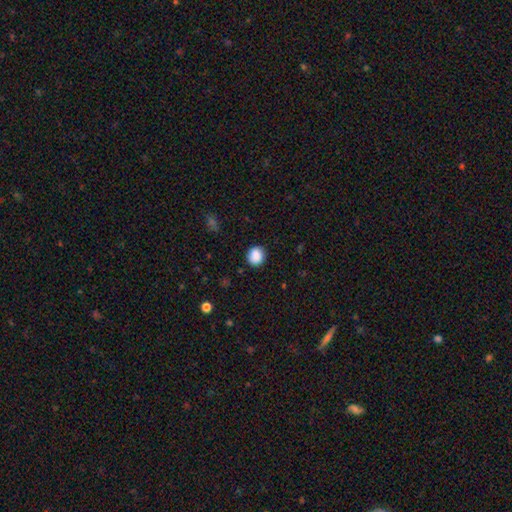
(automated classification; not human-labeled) A smooth galaxy with no disk features (88%) that is round (78%).

Vote fractions:
- Smooth or featured? smooth: 88% / star or artifact: 9% / featured or disk: 3%
- How rounded? round: 78% / in between: 21% / cigar-shaped: 1%
- Merging? none: 88% / minor disturbance: 8% / major disturbance: 2% / merger: 1%